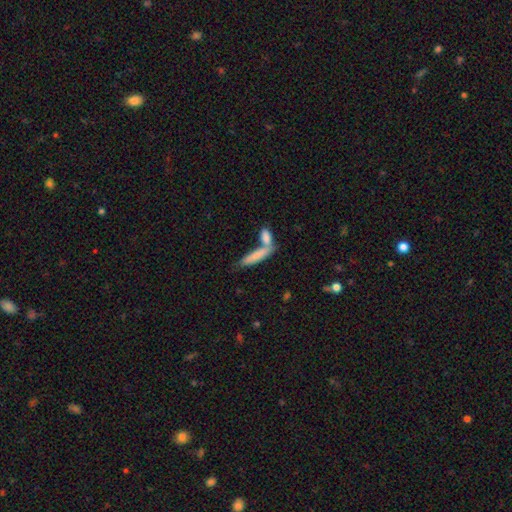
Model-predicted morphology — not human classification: Q: Smooth or featured?
A: smooth (78%); runner-up: featured or disk (15%)
Q: How rounded?
A: cigar-shaped (68%); runner-up: in between (30%)
Q: Merging?
A: merger (46%); runner-up: none (39%)